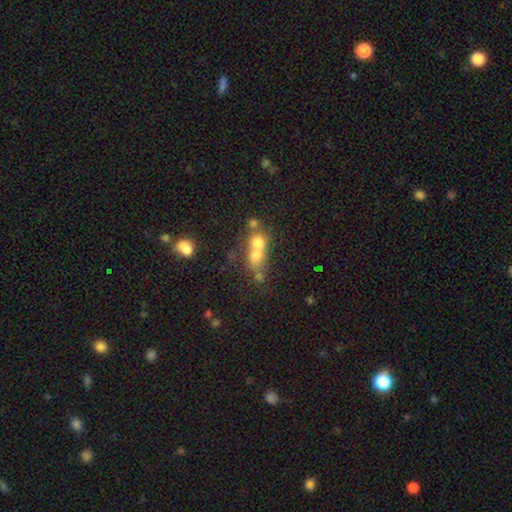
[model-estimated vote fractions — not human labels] Smooth or featured?
  - smooth: 68% *
  - featured or disk: 19%
  - star or artifact: 14%
How rounded?
  - round: 64% *
  - in between: 32%
  - cigar-shaped: 3%
Merging?
  - merger: 64% *
  - none: 24%
  - minor disturbance: 6%
  - major disturbance: 5%